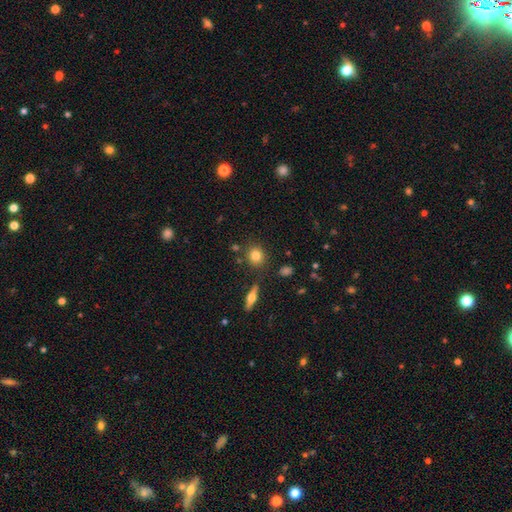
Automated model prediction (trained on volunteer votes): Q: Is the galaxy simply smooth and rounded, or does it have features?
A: smooth — 79%.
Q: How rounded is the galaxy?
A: round — 81%.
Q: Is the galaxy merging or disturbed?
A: none — 83%.